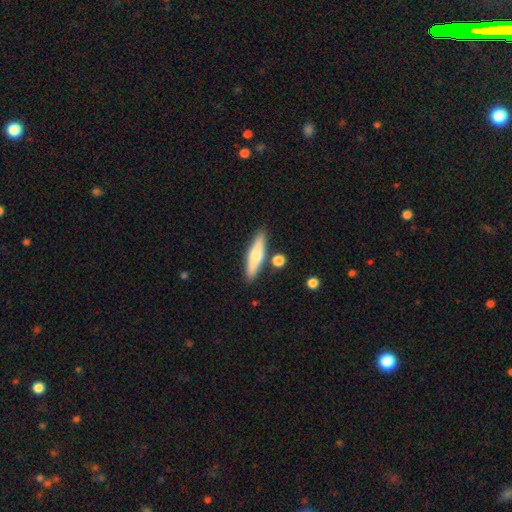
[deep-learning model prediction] Smooth or featured? Predicted: smooth (p=0.50). How rounded? Predicted: cigar-shaped (p=0.74). Merging? Predicted: none (p=0.82).